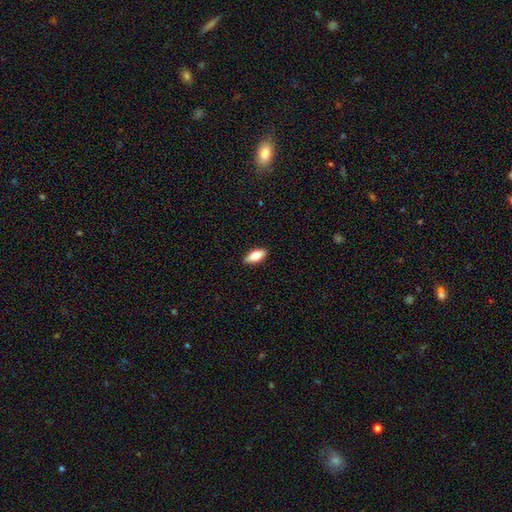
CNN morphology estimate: A smooth galaxy with no disk features (70%) that is in between round and cigar-shaped (81%).

Vote fractions:
- Smooth or featured? smooth: 70% / featured or disk: 23% / star or artifact: 6%
- How rounded? in between: 81% / cigar-shaped: 16% / round: 3%
- Merging? none: 89% / minor disturbance: 8% / major disturbance: 2% / merger: 1%